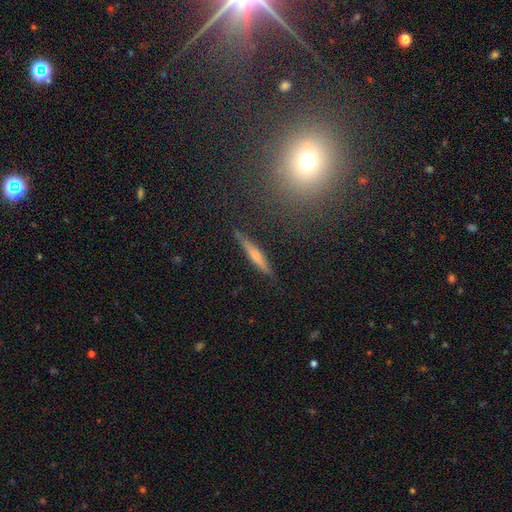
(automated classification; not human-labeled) Smooth or featured? smooth (46%, tied with featured or disk)
Merging? none (85%)